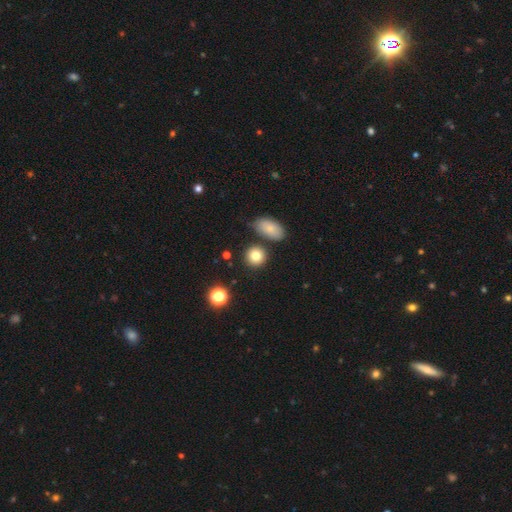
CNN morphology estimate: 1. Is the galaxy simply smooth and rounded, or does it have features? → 81% smooth, 10% star or artifact, 8% featured or disk.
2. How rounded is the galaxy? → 86% round, 13% in between, 1% cigar-shaped.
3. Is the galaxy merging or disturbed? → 80% none, 9% minor disturbance, 8% merger, 3% major disturbance.